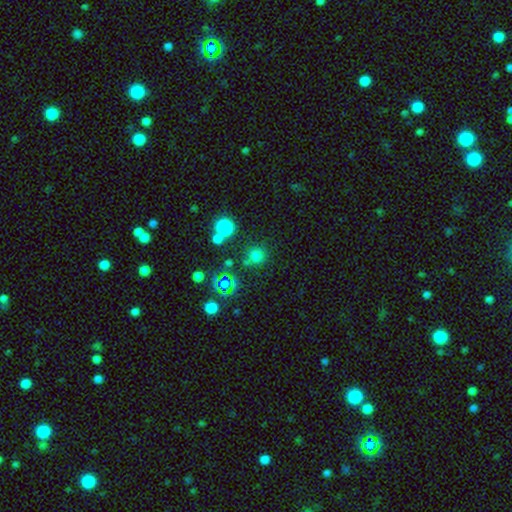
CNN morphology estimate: Q: Smooth or featured?
A: smooth (68%); runner-up: star or artifact (26%)
Q: How rounded?
A: round (92%); runner-up: in between (7%)
Q: Merging?
A: none (78%); runner-up: minor disturbance (10%)